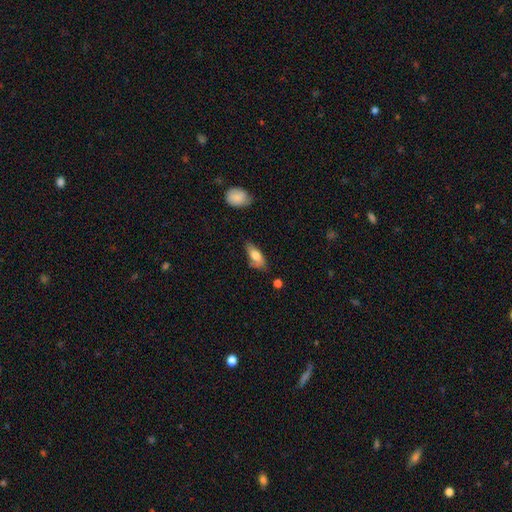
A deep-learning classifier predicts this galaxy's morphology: smooth 75%, featured or disk 19%, star or artifact 6%. Down the decision tree: how rounded — in between (78%); merging — none (62%).